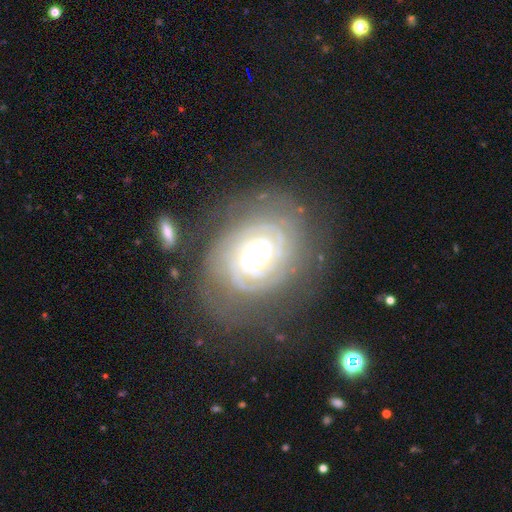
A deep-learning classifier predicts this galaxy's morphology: Smooth or featured? Predicted: featured or disk (p=0.86). Edge-on disk? Predicted: no (p=0.97). Bar? Predicted: no (p=0.62). Spiral arms? Predicted: yes (p=0.95). Spiral winding? Predicted: tight (p=0.81). Spiral arm count? Predicted: can't tell (p=0.31). Bulge size? Predicted: moderate (p=0.67). Merging? Predicted: none (p=0.74).